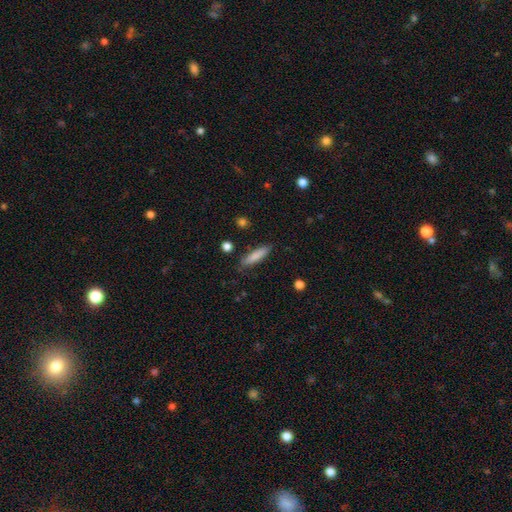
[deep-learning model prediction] smooth 82%, featured or disk 12%, star or artifact 6%. Down the decision tree: how rounded — cigar-shaped (79%); merging — none (84%).